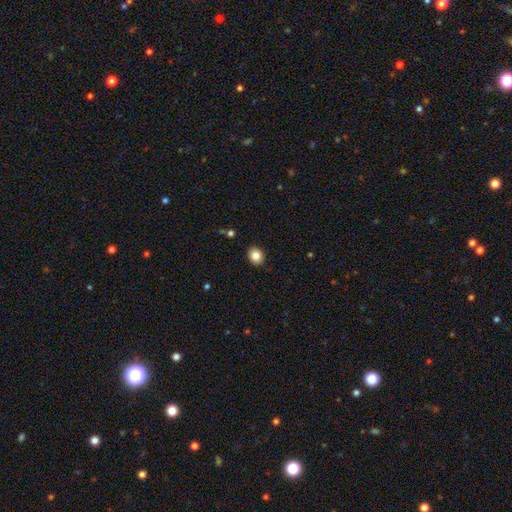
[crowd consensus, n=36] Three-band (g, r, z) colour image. It shows a smooth galaxy with no disk features (92%) that is in between round and cigar-shaped (64%). Merging: none (91%).